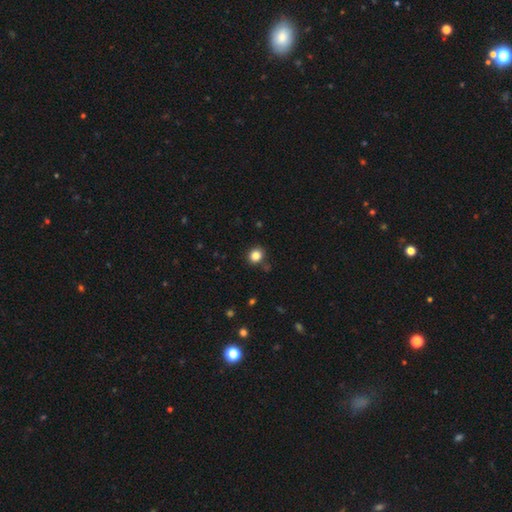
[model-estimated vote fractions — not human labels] Morphology: type=smooth (84%); roundness=round (81%); merging=none (87%).